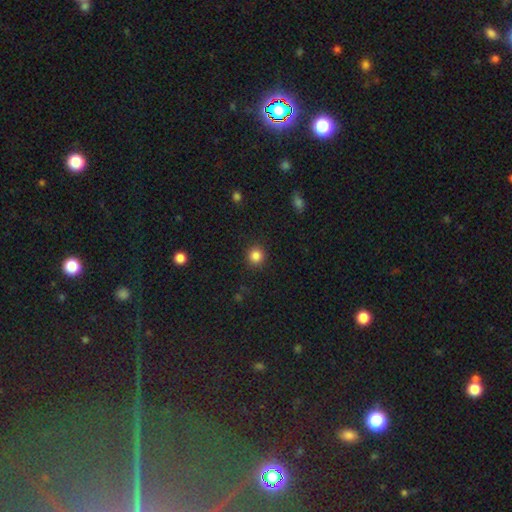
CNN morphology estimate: type=smooth (85%); roundness=round (93%); merging=none (91%).